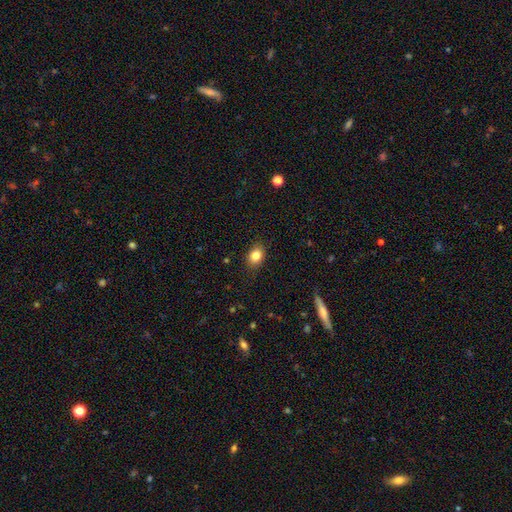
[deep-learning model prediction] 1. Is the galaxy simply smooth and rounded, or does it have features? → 83% smooth, 10% star or artifact, 7% featured or disk.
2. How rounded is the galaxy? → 64% in between, 34% round, 1% cigar-shaped.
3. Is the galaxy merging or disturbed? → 86% none, 11% minor disturbance, 2% major disturbance, 1% merger.